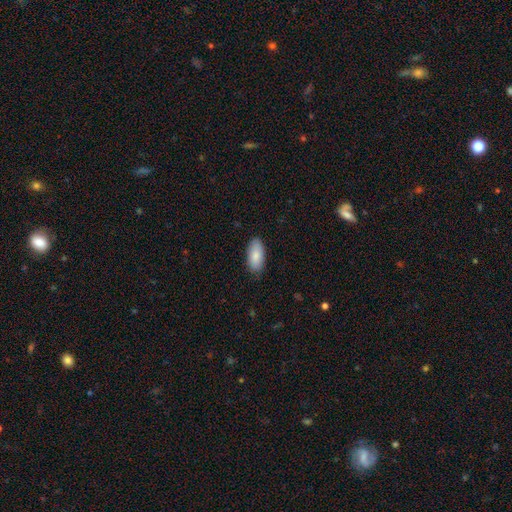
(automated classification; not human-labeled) Smooth or featured? Predicted: smooth (p=0.85). How rounded? Predicted: in between (p=0.92). Merging? Predicted: none (p=0.86).